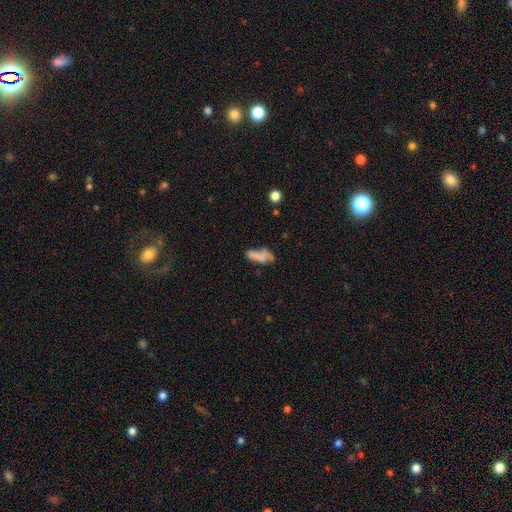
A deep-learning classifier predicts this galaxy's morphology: smooth-or-featured: smooth: 62% | featured or disk: 25% | star or artifact: 13%
  how-rounded: in between: 66% | cigar-shaped: 30% | round: 4%
  merging: none: 39% | minor disturbance: 28% | major disturbance: 21% | merger: 12%